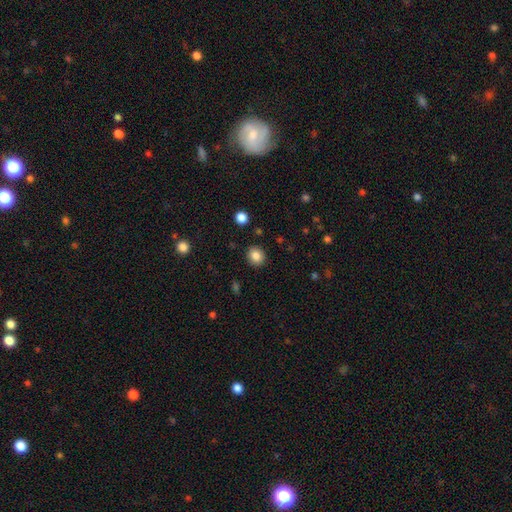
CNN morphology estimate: Smooth or featured?
  - smooth: 85% *
  - star or artifact: 10%
  - featured or disk: 5%
How rounded?
  - round: 78% *
  - in between: 21%
  - cigar-shaped: 1%
Merging?
  - none: 90% *
  - minor disturbance: 7%
  - major disturbance: 2%
  - merger: 2%